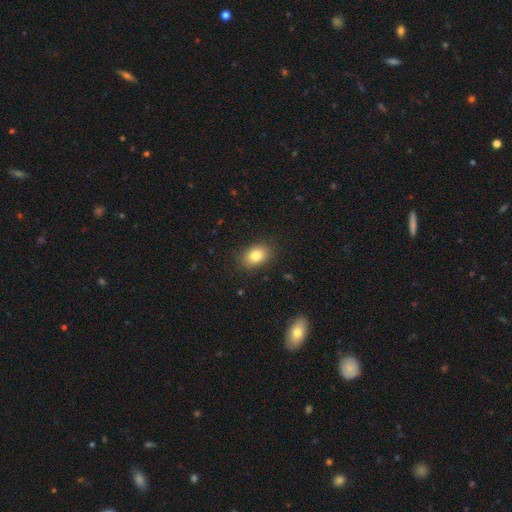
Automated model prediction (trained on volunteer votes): smooth-or-featured: smooth: 83% | star or artifact: 9% | featured or disk: 8%
  how-rounded: in between: 76% | round: 23% | cigar-shaped: 1%
  merging: none: 87% | minor disturbance: 10% | major disturbance: 3% | merger: 1%